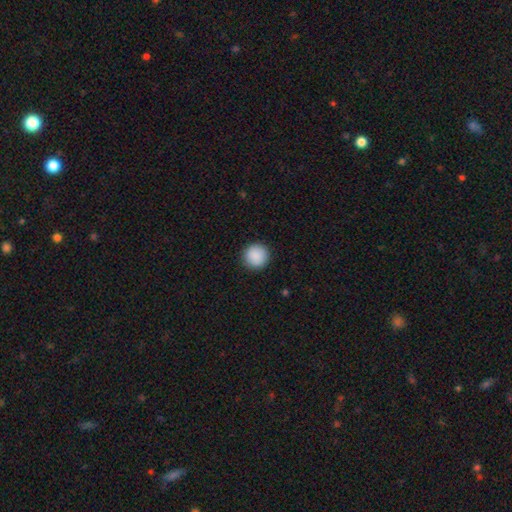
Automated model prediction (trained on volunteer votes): A smooth galaxy with no disk features (90%) that is round (96%).

Vote fractions:
- Smooth or featured? smooth: 90% / star or artifact: 7% / featured or disk: 3%
- How rounded? round: 96% / in between: 3% / cigar-shaped: 1%
- Merging? none: 92% / minor disturbance: 5% / major disturbance: 2% / merger: 1%